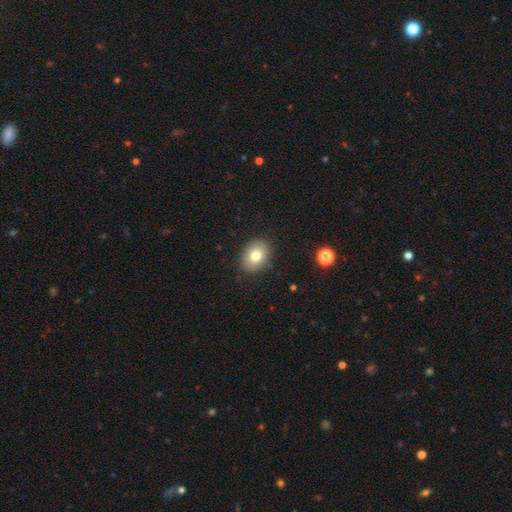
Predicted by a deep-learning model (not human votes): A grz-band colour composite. It shows a smooth galaxy with no disk features (78%) that is in between round and cigar-shaped (70%). Merging: none (87%).